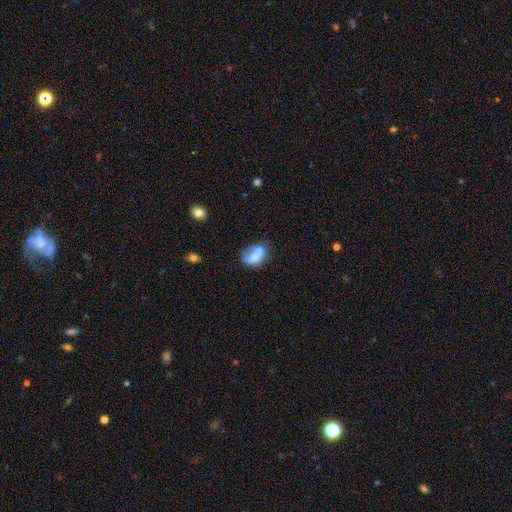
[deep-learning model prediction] smooth_or_featured: smooth (p=0.63) [alt: featured or disk p=0.28]
how_rounded: in between (p=0.75) [alt: round p=0.23]
merging: merger (p=0.39) [alt: none p=0.27]